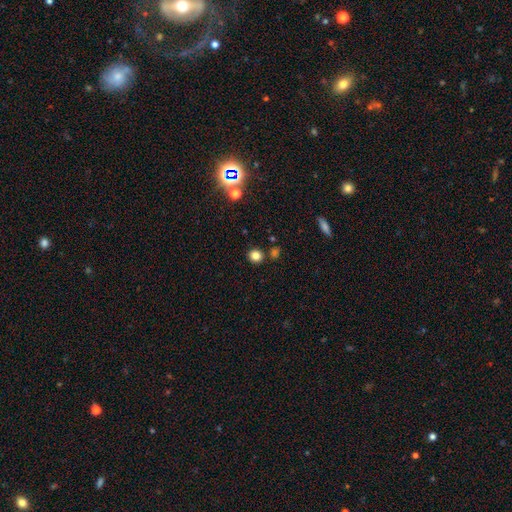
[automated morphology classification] A smooth galaxy with no disk features (80%) that is round (87%). Merging: none (84%).